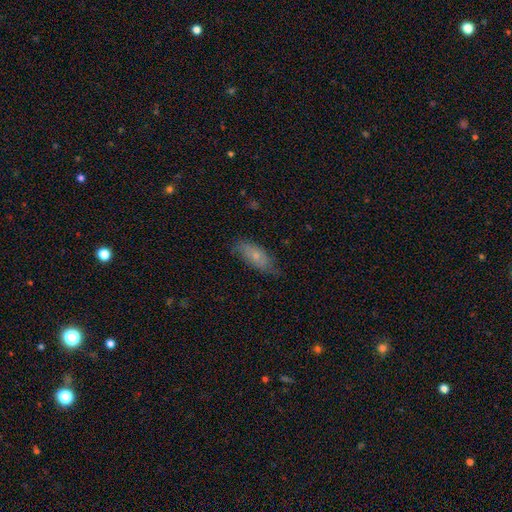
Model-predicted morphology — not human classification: smooth_or_featured: smooth (p=0.58) [alt: featured or disk p=0.34]
how_rounded: in between (p=0.78) [alt: cigar-shaped p=0.19]
merging: none (p=0.66) [alt: minor disturbance p=0.26]